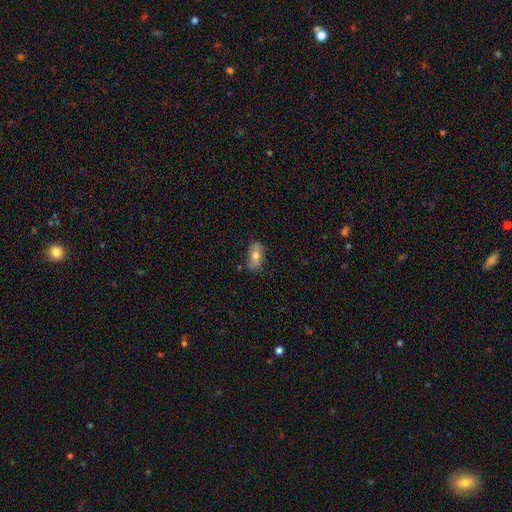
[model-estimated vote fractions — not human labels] This appears to be a smooth galaxy with no disk features (66%) that is in between round and cigar-shaped (85%). Merging: none (78%).